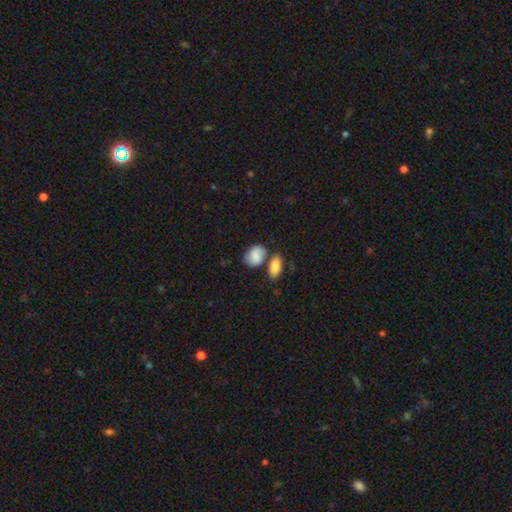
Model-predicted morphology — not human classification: Smooth or featured? Predicted: smooth (p=0.84). How rounded? Predicted: in between (p=0.73). Merging? Predicted: none (p=0.49).